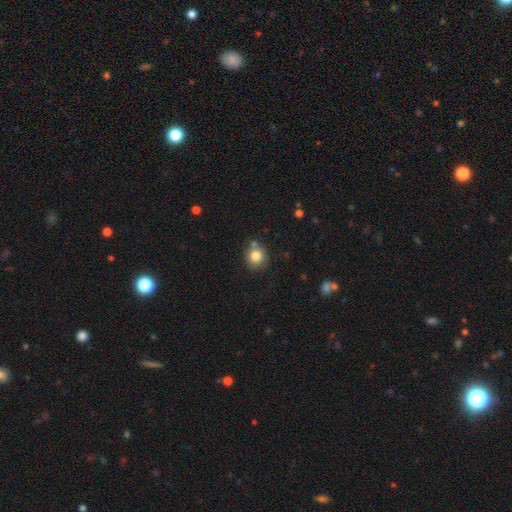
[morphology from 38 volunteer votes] type=smooth (95%); roundness=round (83%); merging=none (78%).